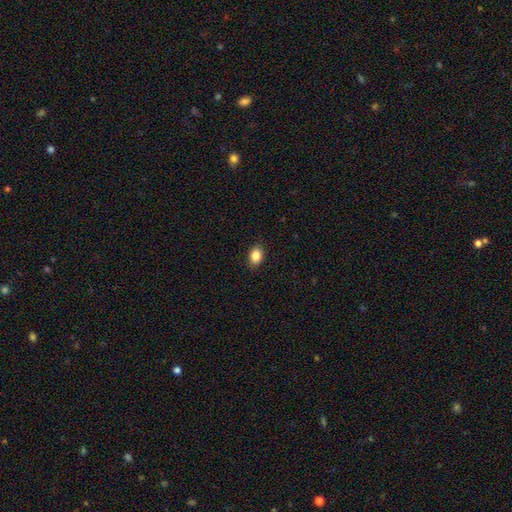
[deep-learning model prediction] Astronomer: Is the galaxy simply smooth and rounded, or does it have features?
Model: smooth — 87%.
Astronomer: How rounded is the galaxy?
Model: in between — 73%.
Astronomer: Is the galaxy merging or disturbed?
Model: none — 88%.